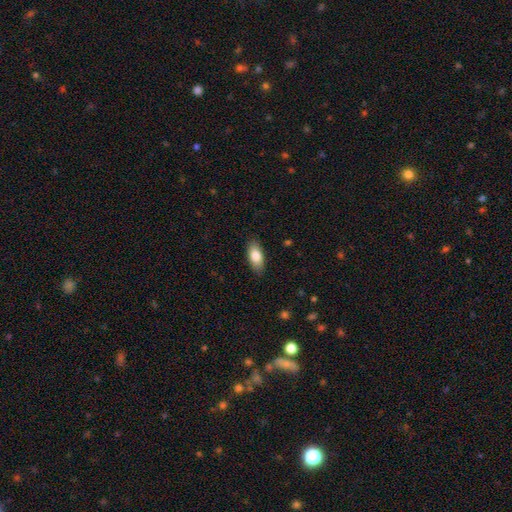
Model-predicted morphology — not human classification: Smooth or featured?
  - smooth: 81% *
  - featured or disk: 12%
  - star or artifact: 7%
How rounded?
  - in between: 87% *
  - cigar-shaped: 10%
  - round: 3%
Merging?
  - none: 86% *
  - minor disturbance: 11%
  - major disturbance: 2%
  - merger: 1%